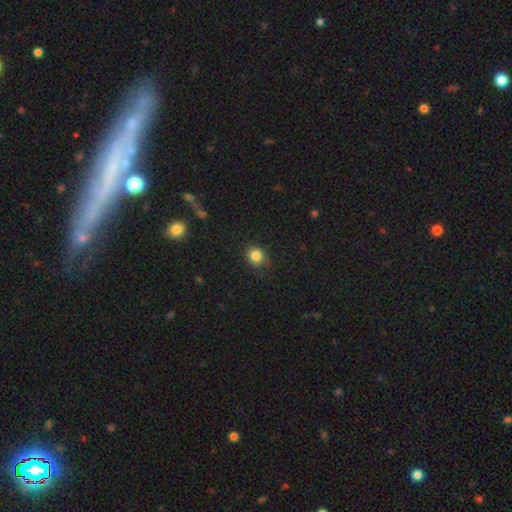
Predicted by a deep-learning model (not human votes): Smooth or featured?
  - smooth: 84% *
  - star or artifact: 11%
  - featured or disk: 5%
How rounded?
  - round: 83% *
  - in between: 16%
  - cigar-shaped: 1%
Merging?
  - none: 82% *
  - minor disturbance: 14%
  - major disturbance: 3%
  - merger: 1%